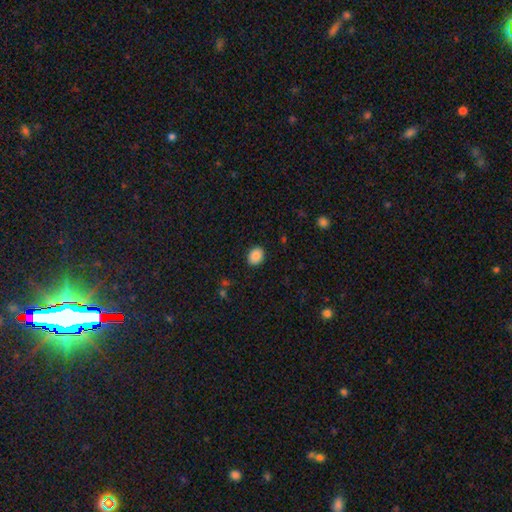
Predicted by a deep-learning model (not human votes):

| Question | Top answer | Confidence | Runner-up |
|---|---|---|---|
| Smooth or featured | smooth | 88% | star or artifact (9%) |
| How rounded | in between | 56% | round (43%) |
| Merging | none | 88% | minor disturbance (8%) |